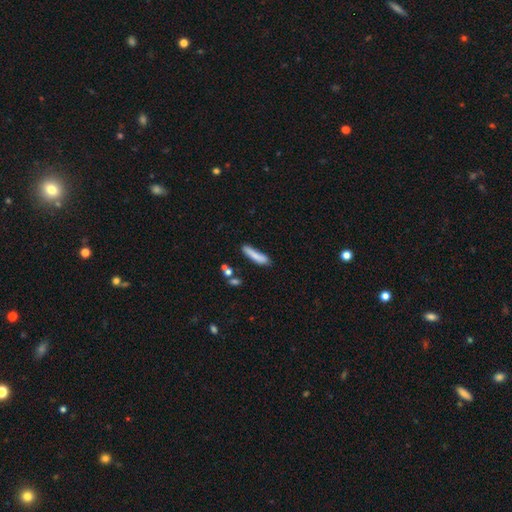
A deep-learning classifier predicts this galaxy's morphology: This appears to be a smooth galaxy with no disk features (80%) that is cigar-shaped (79%). Merging: none (67%).